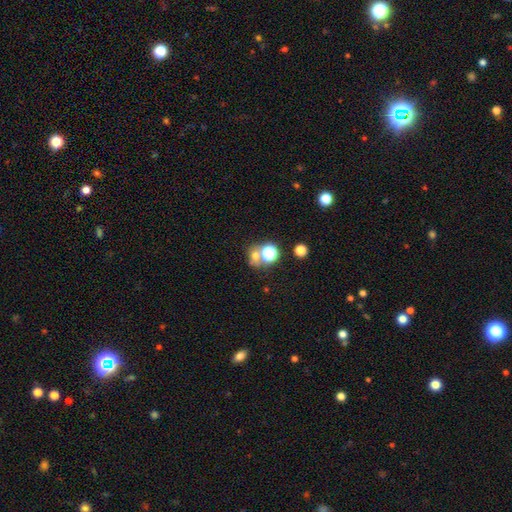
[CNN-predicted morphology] smooth_or_featured: smooth (p=0.58) [alt: star or artifact p=0.29]
how_rounded: round (p=0.77) [alt: in between p=0.22]
merging: none (p=0.51) [alt: merger p=0.34]